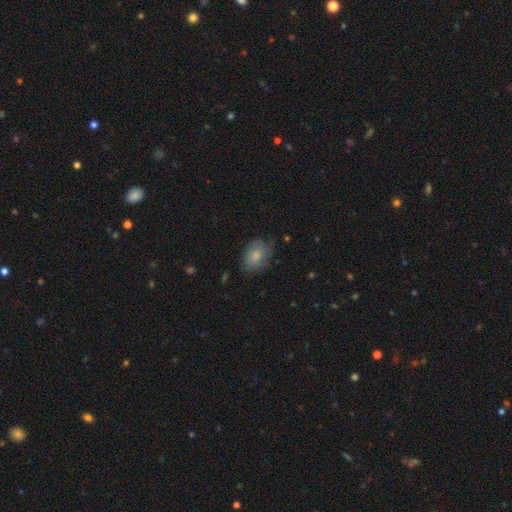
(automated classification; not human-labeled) Smooth or featured?
  - smooth: 71% *
  - featured or disk: 22%
  - star or artifact: 7%
How rounded?
  - in between: 83% *
  - round: 15%
  - cigar-shaped: 1%
Merging?
  - none: 59% *
  - minor disturbance: 29%
  - major disturbance: 10%
  - merger: 2%